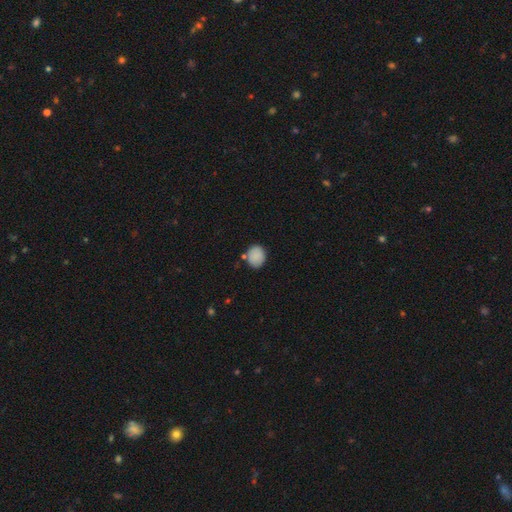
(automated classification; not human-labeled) smooth_or_featured: smooth (p=0.88) [alt: star or artifact p=0.08]
how_rounded: round (p=0.61) [alt: in between p=0.38]
merging: none (p=0.76) [alt: minor disturbance p=0.14]